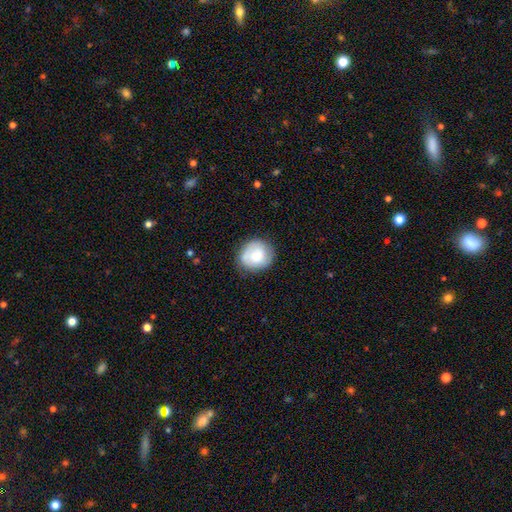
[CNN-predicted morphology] smooth-or-featured: smooth: 69% | featured or disk: 24% | star or artifact: 7%
  how-rounded: round: 77% | in between: 22% | cigar-shaped: 1%
  merging: none: 75% | minor disturbance: 19% | major disturbance: 5% | merger: 2%